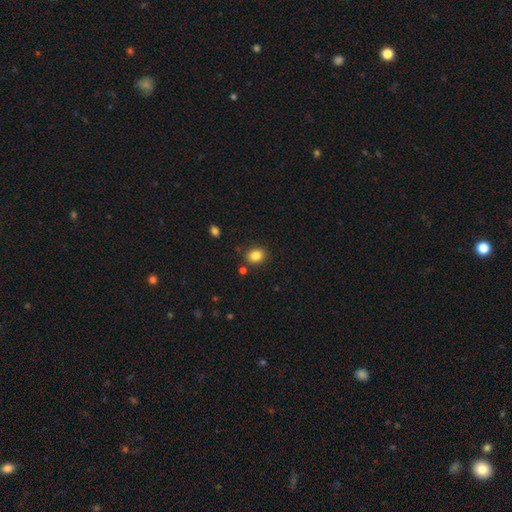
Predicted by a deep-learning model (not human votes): Smooth or featured? smooth (84%)
How rounded? round (50%)
Merging? none (85%)